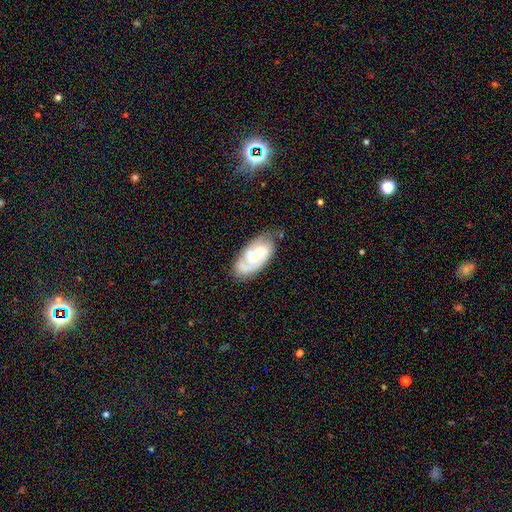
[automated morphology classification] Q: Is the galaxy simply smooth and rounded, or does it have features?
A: featured or disk — 70%.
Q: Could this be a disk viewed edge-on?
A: no — 95%.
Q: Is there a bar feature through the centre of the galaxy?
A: no — 66%.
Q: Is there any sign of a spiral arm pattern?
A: yes — 91%.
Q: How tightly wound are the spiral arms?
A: tight — 60%.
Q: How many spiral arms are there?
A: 2 — 42%.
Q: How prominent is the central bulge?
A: small — 56%.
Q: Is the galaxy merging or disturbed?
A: none — 67%.